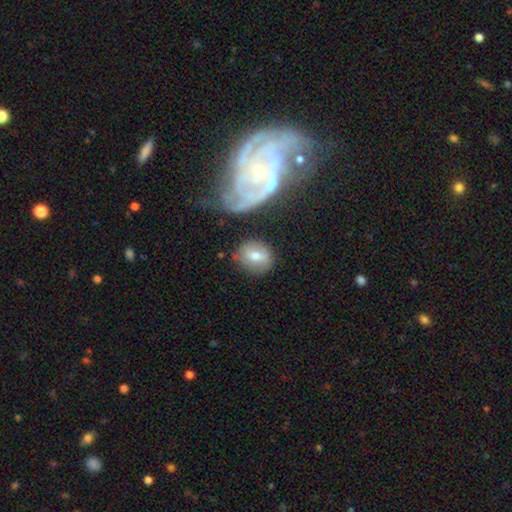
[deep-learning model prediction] Morphology: type=smooth (66%); roundness=round (59%); merging=none (72%).